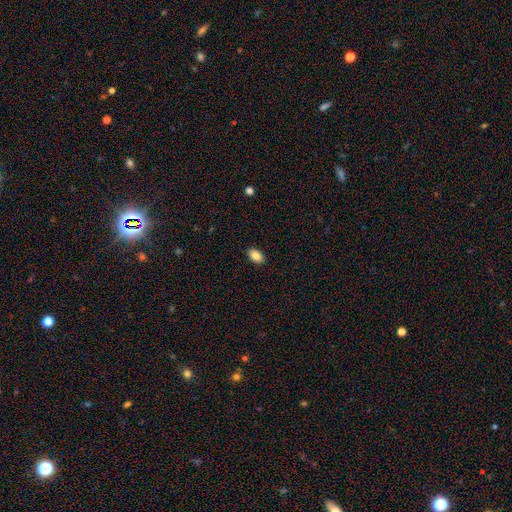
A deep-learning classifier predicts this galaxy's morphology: Smooth or featured: smooth — 86% (star or artifact — 8%)
How rounded: in between — 90% (round — 8%)
Merging: none — 90% (minor disturbance — 7%)